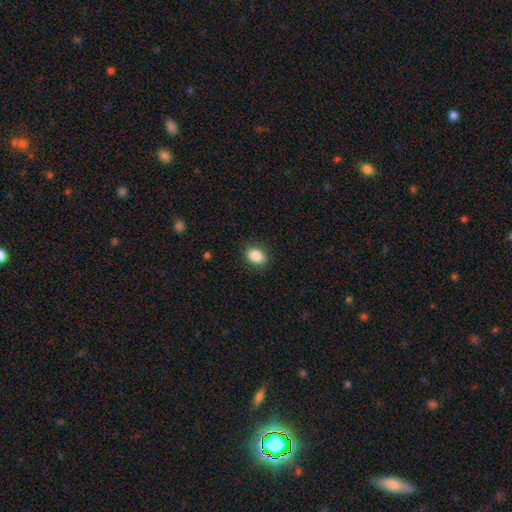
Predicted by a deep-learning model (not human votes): Smooth or featured?
  - smooth: 86% *
  - star or artifact: 9%
  - featured or disk: 5%
How rounded?
  - in between: 63% *
  - round: 36%
  - cigar-shaped: 1%
Merging?
  - none: 86% *
  - minor disturbance: 10%
  - major disturbance: 3%
  - merger: 1%